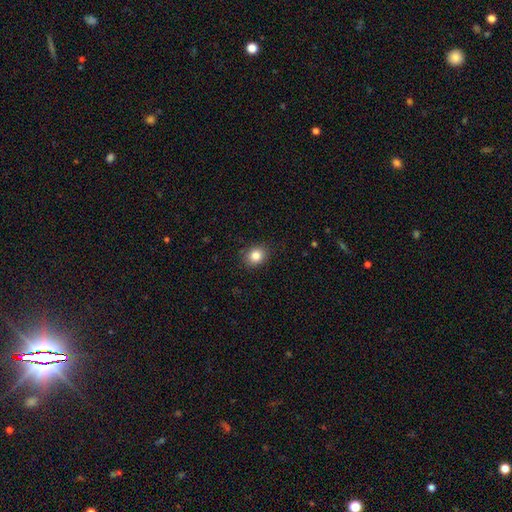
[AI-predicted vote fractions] Q: Smooth or featured?
A: smooth (84%); runner-up: star or artifact (10%)
Q: How rounded?
A: round (63%); runner-up: in between (36%)
Q: Merging?
A: none (87%); runner-up: minor disturbance (9%)